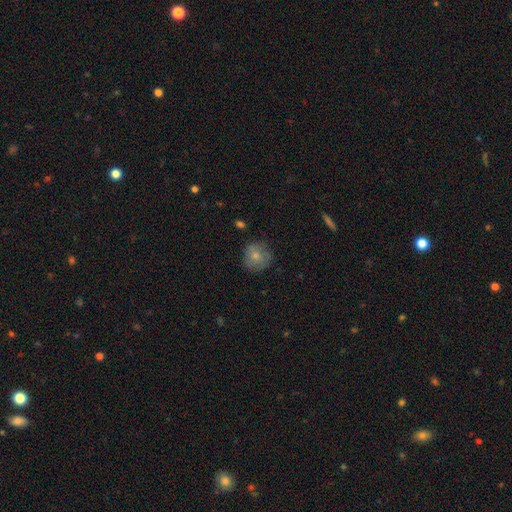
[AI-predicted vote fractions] Smooth or featured? smooth (73%)
How rounded? round (88%)
Merging? none (74%)